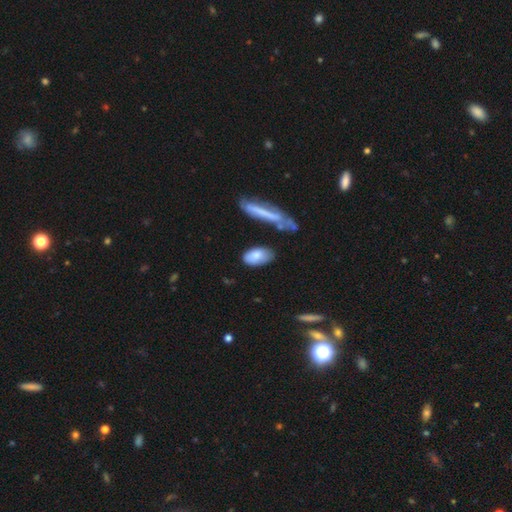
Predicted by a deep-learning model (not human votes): The model was most divided on "merging": none: 60%, minor disturbance: 24%, major disturbance: 8%, merger: 8%. More confident: how rounded — in between (86%); smooth or featured — smooth (78%).